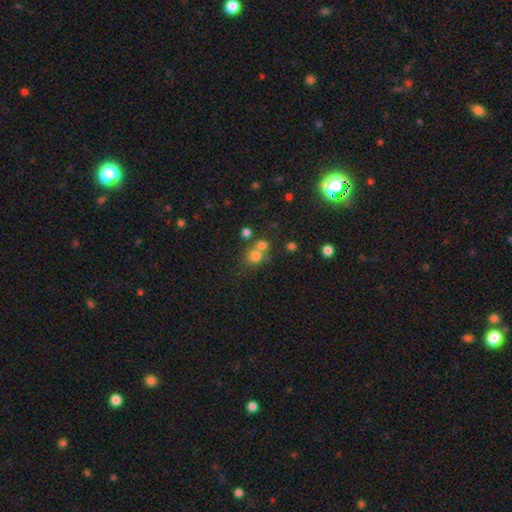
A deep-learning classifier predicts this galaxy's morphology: smooth 74%, star or artifact 16%, featured or disk 10%. Down the decision tree: how rounded — round (85%); merging — none (50%).